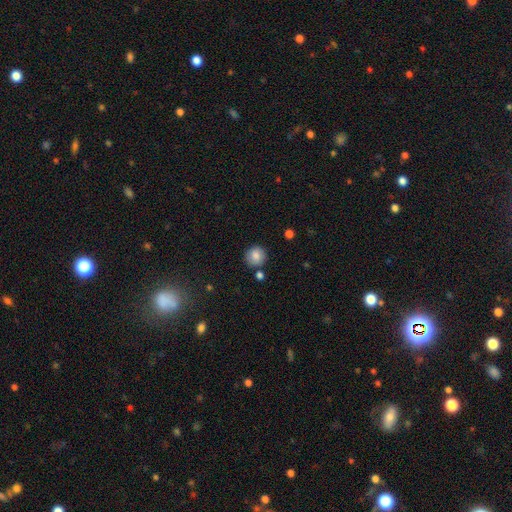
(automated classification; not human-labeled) This is clearly a smooth galaxy (84%). How rounded: clearly round (92%). Merging: clearly none (83%).